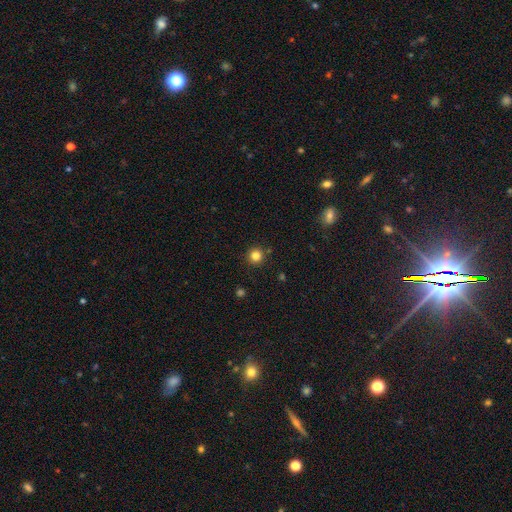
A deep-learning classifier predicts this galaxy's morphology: The model was most divided on "smooth or featured": smooth: 83%, star or artifact: 13%, featured or disk: 5%. More confident: how rounded — round (95%); merging — none (89%).